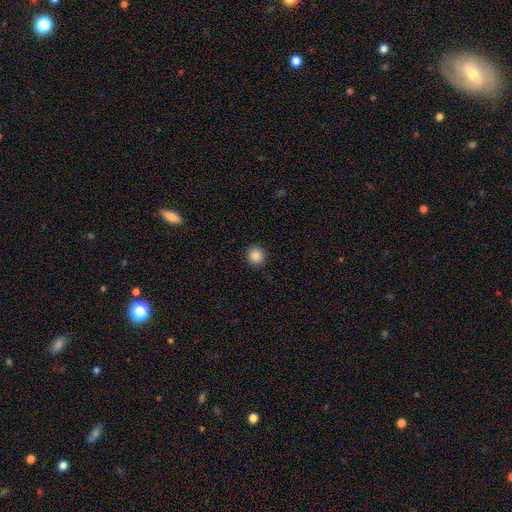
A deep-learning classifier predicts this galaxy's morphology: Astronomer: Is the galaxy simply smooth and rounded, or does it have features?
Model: smooth — 87%.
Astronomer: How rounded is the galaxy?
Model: round — 94%.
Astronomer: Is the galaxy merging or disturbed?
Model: none — 91%.